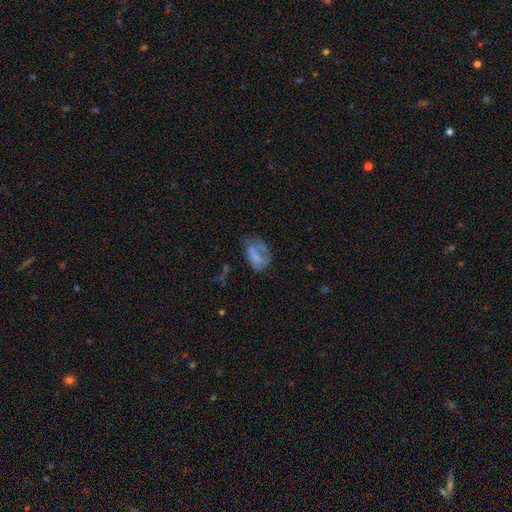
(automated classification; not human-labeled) Overall: smooth (57%; featured or disk 32%). How rounded: in between (81%). Merging: none (36%; major disturbance 31%).